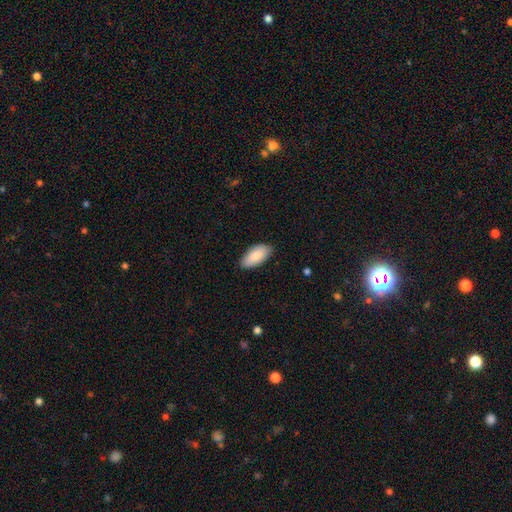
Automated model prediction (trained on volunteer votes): This appears to be a smooth galaxy with no disk features (87%) that is in between round and cigar-shaped (92%). Merging: none (85%).